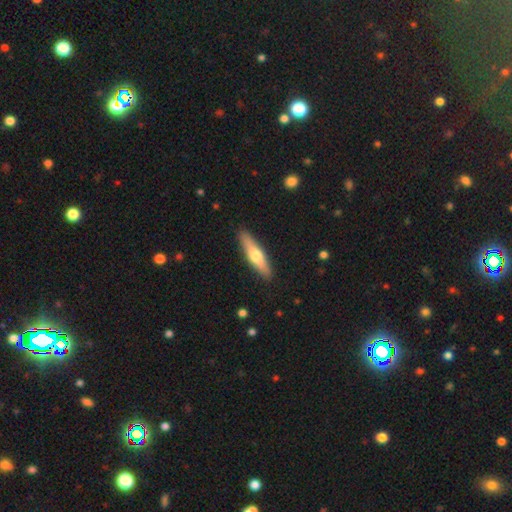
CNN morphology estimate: Smooth or featured: smooth — 55% (featured or disk — 40%)
How rounded: cigar-shaped — 79% (in between — 19%)
Merging: none — 90% (minor disturbance — 7%)